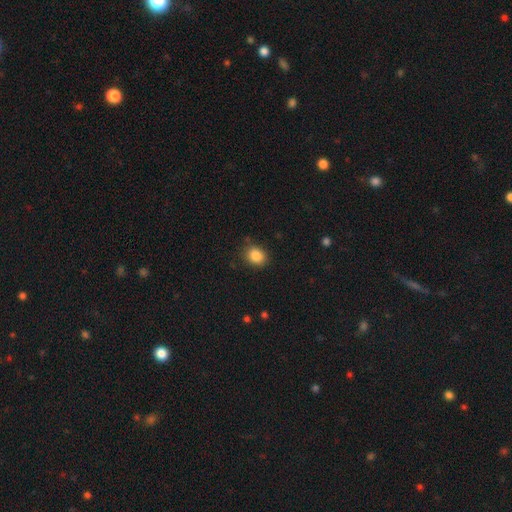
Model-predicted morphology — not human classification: Smooth or featured?
  - smooth: 86% *
  - star or artifact: 9%
  - featured or disk: 4%
How rounded?
  - round: 50% *
  - in between: 49%
  - cigar-shaped: 1%
Merging?
  - none: 82% *
  - minor disturbance: 13%
  - major disturbance: 3%
  - merger: 2%